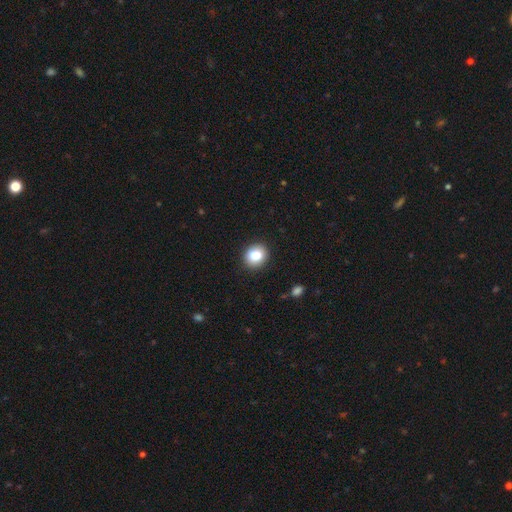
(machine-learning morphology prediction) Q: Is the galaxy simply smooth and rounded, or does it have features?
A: smooth — 84%.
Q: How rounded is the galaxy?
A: round — 72%.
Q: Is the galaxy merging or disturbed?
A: none — 90%.